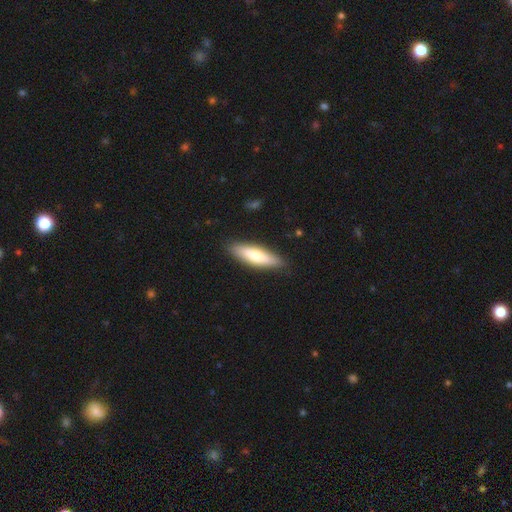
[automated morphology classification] Smooth or featured: smooth — 71% (featured or disk — 24%)
How rounded: cigar-shaped — 61% (in between — 38%)
Merging: none — 87% (minor disturbance — 10%)